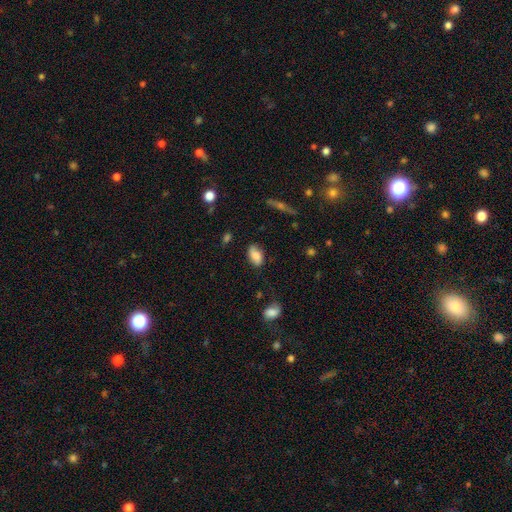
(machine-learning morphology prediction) The model was most divided on "merging": none: 77%, minor disturbance: 18%, major disturbance: 4%, merger: 2%. More confident: how rounded — in between (92%); smooth or featured — smooth (76%).